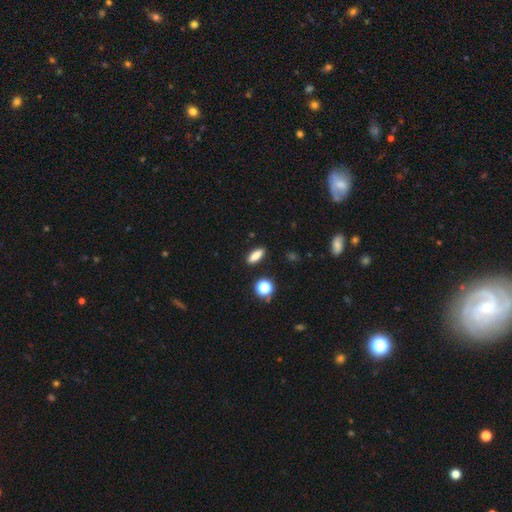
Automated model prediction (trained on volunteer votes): This appears to be a smooth galaxy with no disk features (81%) that is in between round and cigar-shaped (55%). Merging: none (88%).